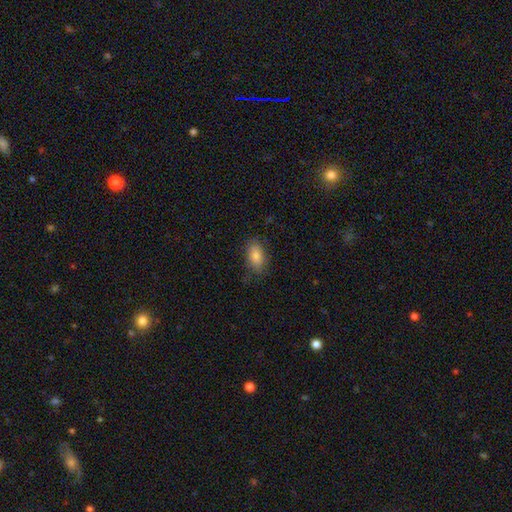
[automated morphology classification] The model was most divided on "merging": none: 81%, minor disturbance: 14%, major disturbance: 4%, merger: 1%. More confident: how rounded — in between (90%); smooth or featured — smooth (83%).